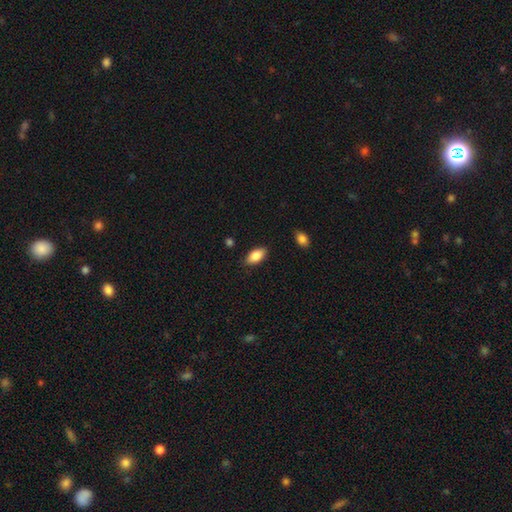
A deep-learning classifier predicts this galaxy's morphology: The model was most divided on "merging": none: 85%, minor disturbance: 11%, major disturbance: 2%, merger: 1%. More confident: how rounded — in between (91%); smooth or featured — smooth (84%).